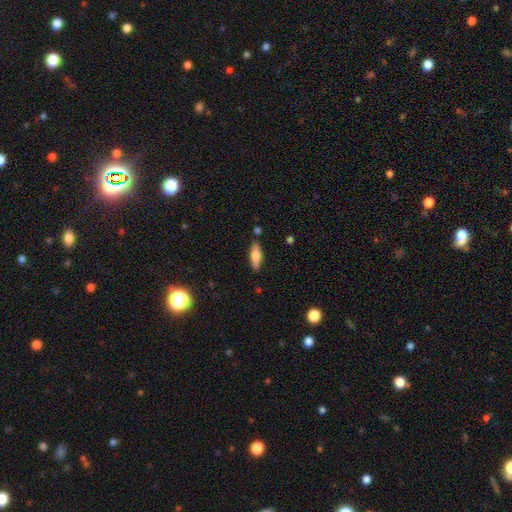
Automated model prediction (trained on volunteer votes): A smooth galaxy with no disk features (66%) that is in between round and cigar-shaped (55%). Merging: none (84%).